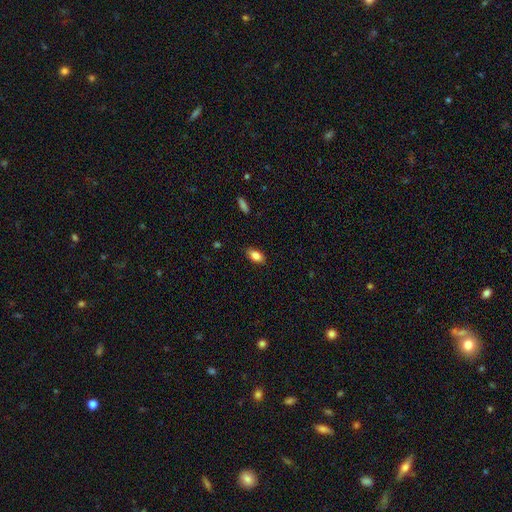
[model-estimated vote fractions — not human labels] The model was most divided on "merging": none: 84%, minor disturbance: 12%, major disturbance: 2%, merger: 1%. More confident: how rounded — in between (89%); smooth or featured — smooth (85%).